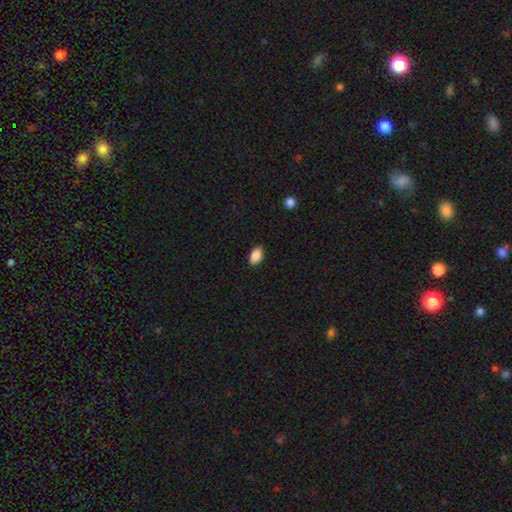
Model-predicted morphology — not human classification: smooth-or-featured: smooth: 89% | star or artifact: 8% | featured or disk: 4%
  how-rounded: in between: 91% | round: 8% | cigar-shaped: 2%
  merging: none: 88% | minor disturbance: 9% | major disturbance: 2% | merger: 1%